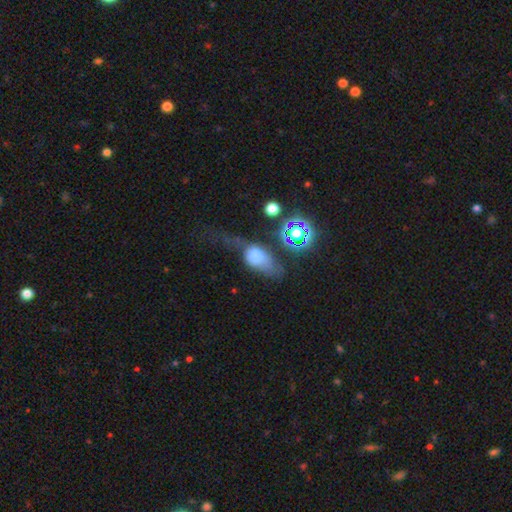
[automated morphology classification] Smooth or featured? Predicted: smooth (p=0.60). How rounded? Predicted: in between (p=0.74). Merging? Predicted: major disturbance (p=0.49).